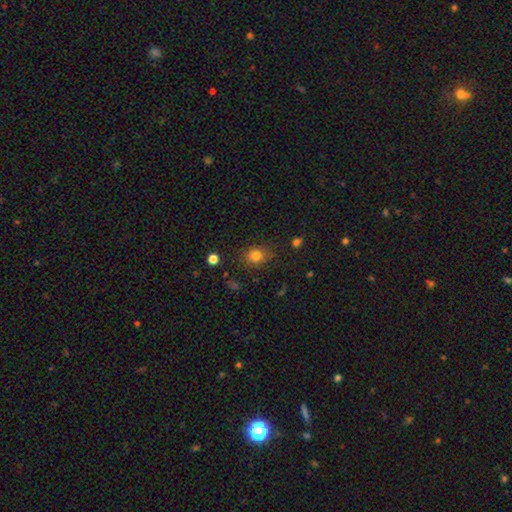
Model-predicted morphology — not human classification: smooth_or_featured: smooth (p=0.80) [alt: star or artifact p=0.13]
how_rounded: round (p=0.69) [alt: in between p=0.30]
merging: none (p=0.80) [alt: minor disturbance p=0.14]